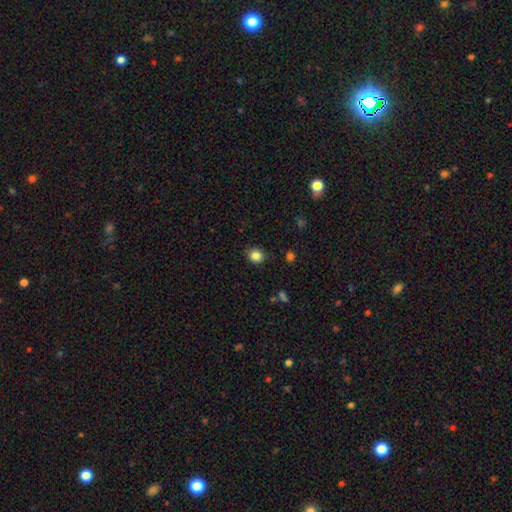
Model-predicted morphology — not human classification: A smooth galaxy with no disk features (84%) that is round (76%). Merging: none (85%).